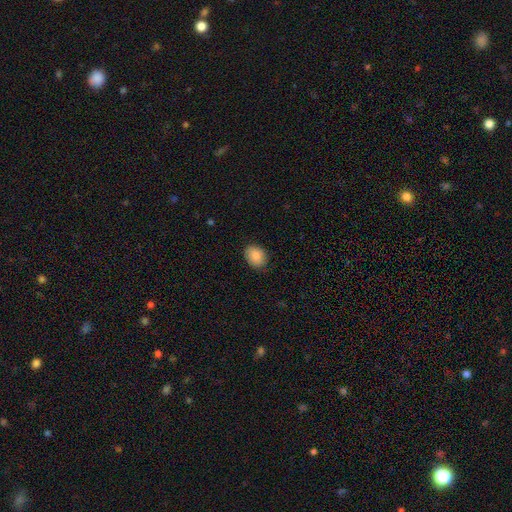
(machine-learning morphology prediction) A smooth galaxy with no disk features (88%) that is in between round and cigar-shaped (57%). Merging: none (85%).